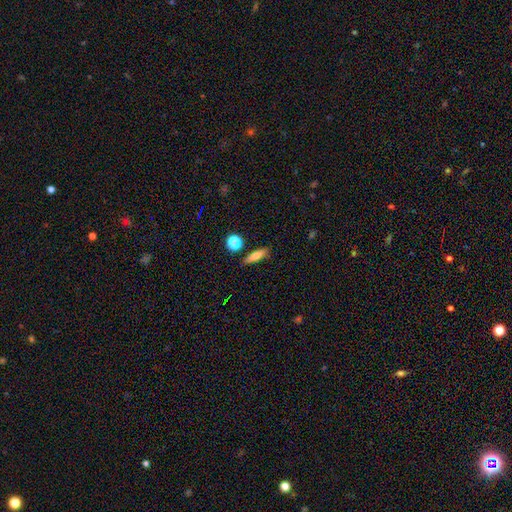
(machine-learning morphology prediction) Q: Smooth or featured?
A: smooth (69%); runner-up: featured or disk (22%)
Q: How rounded?
A: cigar-shaped (64%); runner-up: in between (29%)
Q: Merging?
A: none (80%); runner-up: minor disturbance (13%)